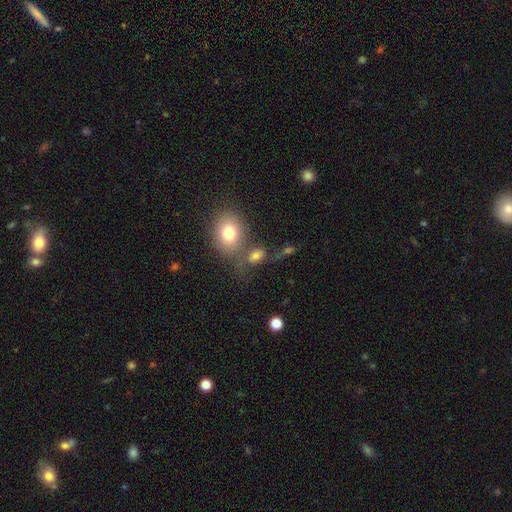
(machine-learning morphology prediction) Q: Smooth or featured?
A: smooth (68%); runner-up: featured or disk (18%)
Q: How rounded?
A: in between (68%); runner-up: round (28%)
Q: Merging?
A: none (40%); runner-up: merger (29%)